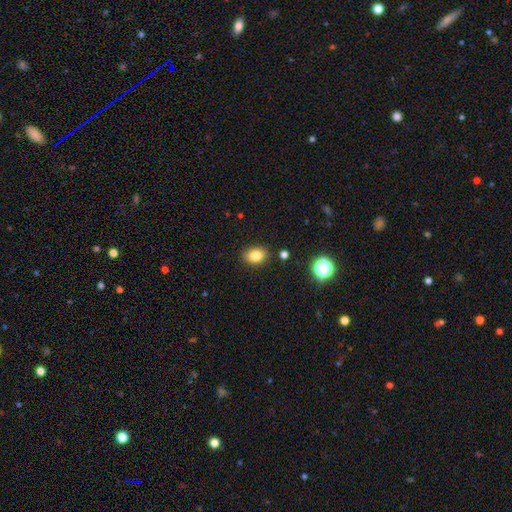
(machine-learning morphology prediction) smooth-or-featured: smooth: 83% | star or artifact: 11% | featured or disk: 6%
  how-rounded: in between: 71% | round: 28% | cigar-shaped: 1%
  merging: none: 86% | minor disturbance: 10% | major disturbance: 3% | merger: 2%